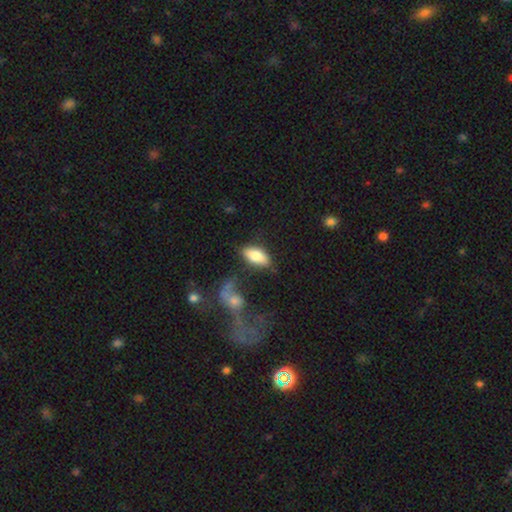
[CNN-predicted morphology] smooth 82%, featured or disk 12%, star or artifact 6%. Down the decision tree: how rounded — in between (88%); merging — none (70%).